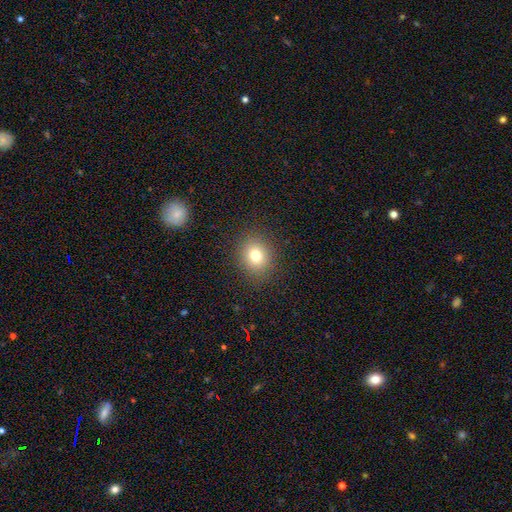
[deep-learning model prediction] Smooth or featured: smooth — 76% (star or artifact — 14%)
How rounded: round — 72% (in between — 27%)
Merging: none — 89% (minor disturbance — 7%)